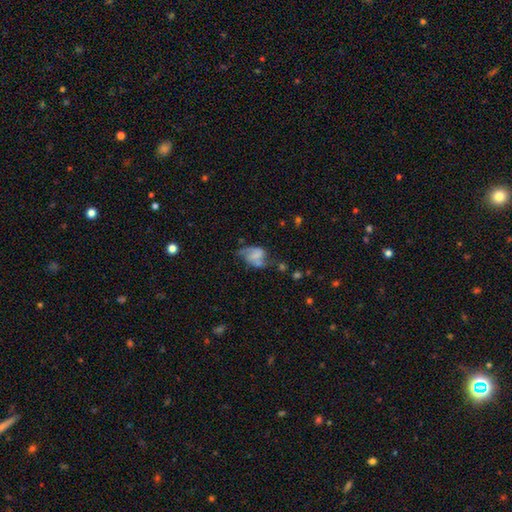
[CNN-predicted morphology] smooth-or-featured: featured or disk: 54% | smooth: 35% | star or artifact: 10%
  disk-edge-on: no: 97% | yes: 3%
    bar: no: 52% | weak: 33% | strong: 15%
    has-spiral-arms: yes: 73% | no: 27%
    bulge-size: none: 55% | small: 21% | moderate: 13% | large: 7% | dominant: 3%
  merging: none: 33% | major disturbance: 27% | minor disturbance: 26% | merger: 13%